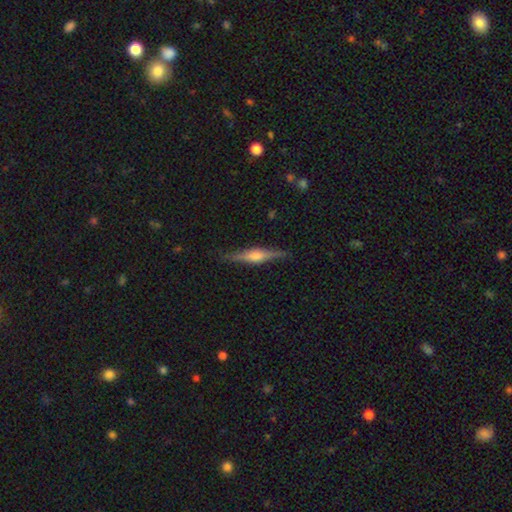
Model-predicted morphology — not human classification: Smooth or featured?
  - featured or disk: 73% *
  - smooth: 21%
  - star or artifact: 6%
Edge-on disk?
  - yes: 98% *
  - no: 2%
Edge-on bulge?
  - rounded: 81% *
  - boxy: 14%
  - none: 4%
Merging?
  - none: 88% *
  - minor disturbance: 9%
  - major disturbance: 2%
  - merger: 1%